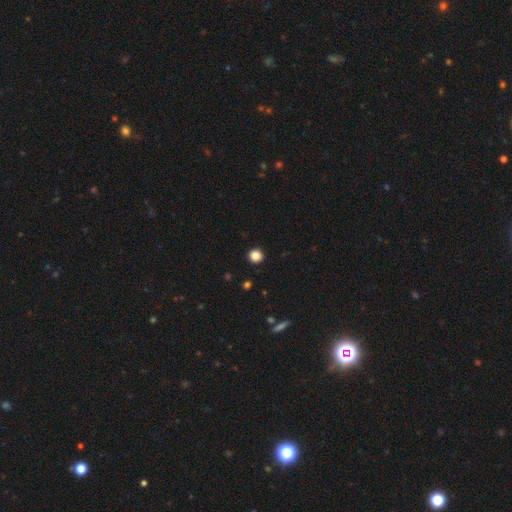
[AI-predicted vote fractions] A smooth galaxy with no disk features (85%) that is round (93%). Merging: none (93%).